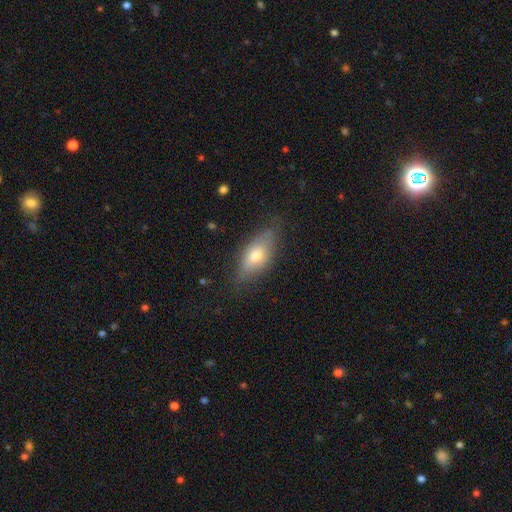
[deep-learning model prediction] smooth_or_featured: smooth (p=0.60) [alt: featured or disk p=0.33]
how_rounded: in between (p=0.75) [alt: cigar-shaped p=0.21]
merging: none (p=0.74) [alt: minor disturbance p=0.19]